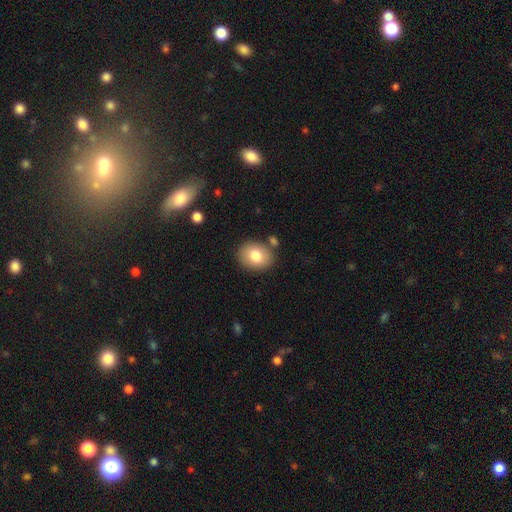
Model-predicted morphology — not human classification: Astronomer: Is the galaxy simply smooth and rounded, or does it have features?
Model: smooth — 79%.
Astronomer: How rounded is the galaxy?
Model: in between — 57% (runner-up: round, 42%).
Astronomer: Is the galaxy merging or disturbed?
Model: none — 80%.